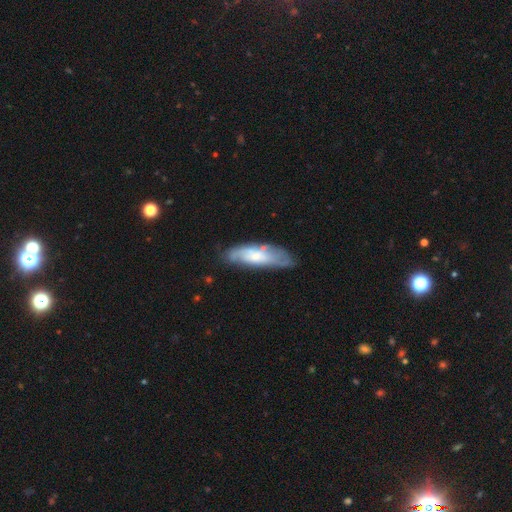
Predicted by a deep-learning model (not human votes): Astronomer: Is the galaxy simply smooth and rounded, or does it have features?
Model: featured or disk — 53% (runner-up: smooth, 41%).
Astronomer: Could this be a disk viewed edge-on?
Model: no — 78%.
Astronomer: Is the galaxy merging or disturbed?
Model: none — 63%.